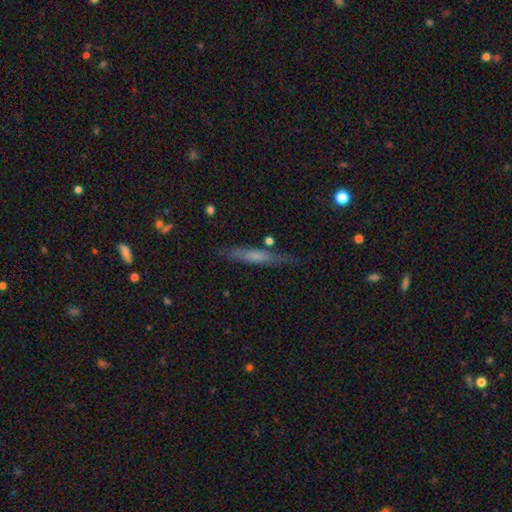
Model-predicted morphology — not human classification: This is possibly a smooth galaxy (52%). How rounded: clearly cigar-shaped (90%). Merging: likely none (77%).